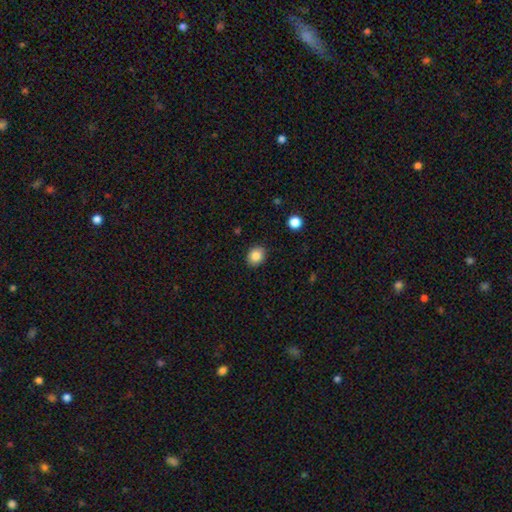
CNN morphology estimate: Smooth or featured? smooth (85%)
How rounded? round (59%)
Merging? none (88%)